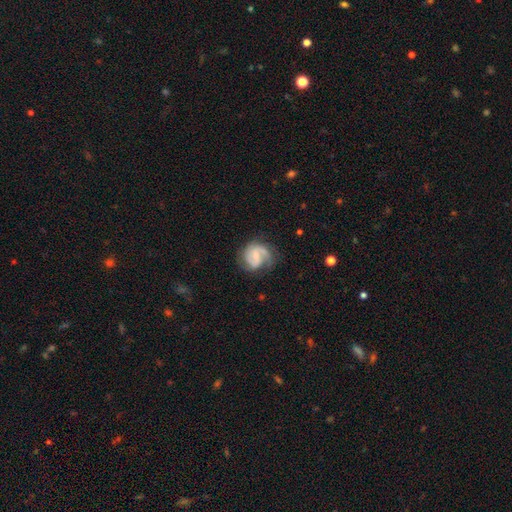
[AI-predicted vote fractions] This appears to be a featured or disk galaxy (78%) with a weak bar (45%), 2 (66%) medium (46%) spiral arms (94%) and a small central bulge (56%). Merging: none (64%).